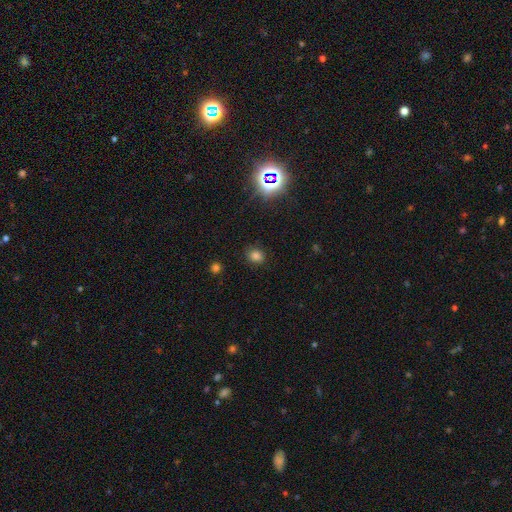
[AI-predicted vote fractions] A smooth galaxy with no disk features (76%) that is round (66%). Merging: none (85%).